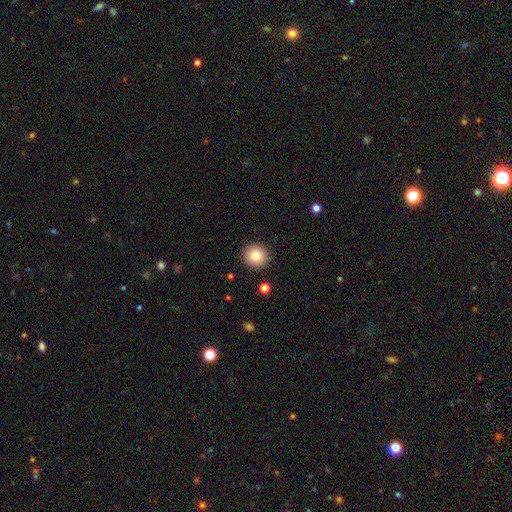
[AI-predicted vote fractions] This is clearly a smooth galaxy (81%). How rounded: clearly round (93%). Merging: clearly none (91%).